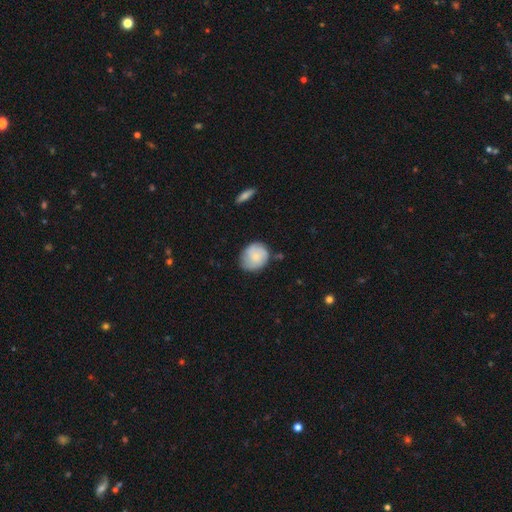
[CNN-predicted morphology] Smooth or featured: smooth — 68% (featured or disk — 25%)
How rounded: round — 78% (in between — 21%)
Merging: none — 70% (minor disturbance — 22%)